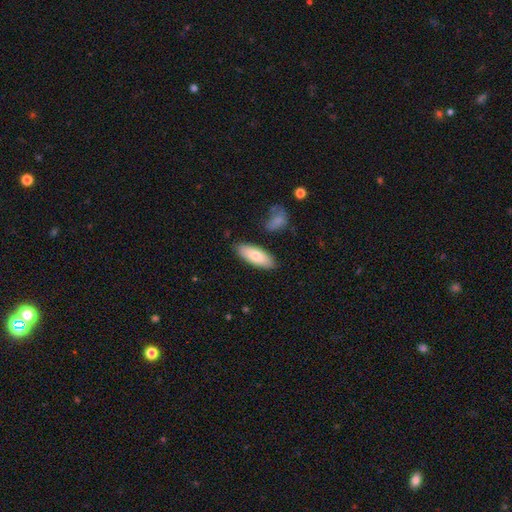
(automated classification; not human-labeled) Overall: smooth (77%). How rounded: in between (76%). Merging: none (83%).